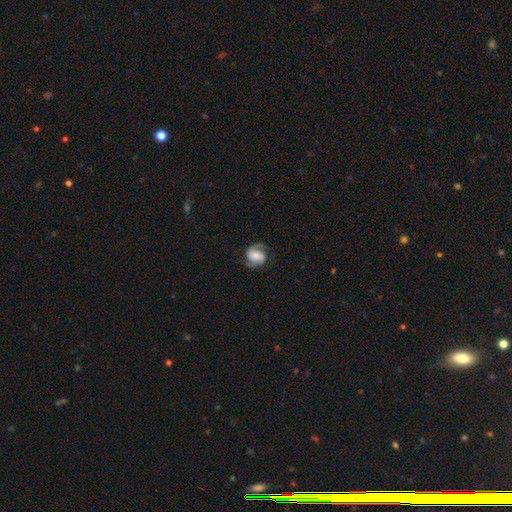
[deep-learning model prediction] The model was most divided on "bulge size": moderate: 31%, small: 30%, large: 20%, none: 13%, dominant: 6%. Remaining: edge-on disk — no (97%); spiral arms — yes (91%); spiral arm count — 2 (87%); merging — none (69%); smooth or featured — featured or disk (60%); spiral winding — medium (46%); bar — no (41%).